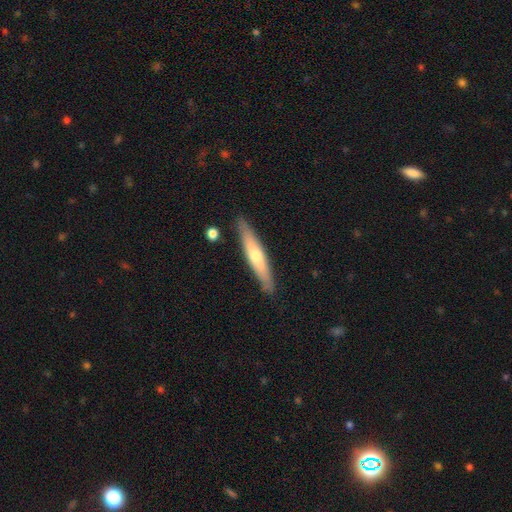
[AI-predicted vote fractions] The model was most divided on "smooth or featured": featured or disk: 49%, smooth: 46%, star or artifact: 5%. More confident: merging — none (87%).